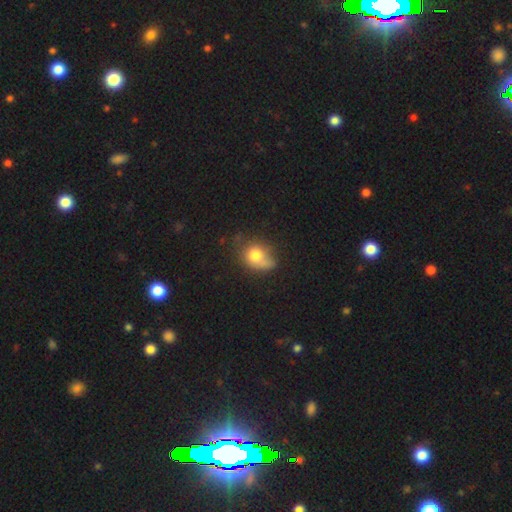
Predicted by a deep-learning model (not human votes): A smooth galaxy with no disk features (73%) that is round (54%). Merging: none (39%).